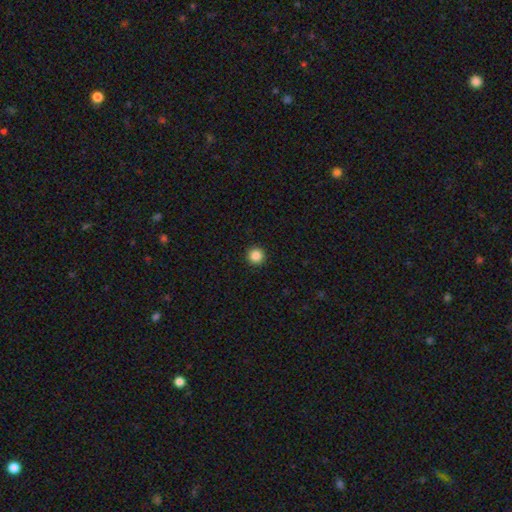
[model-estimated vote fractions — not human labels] smooth 87%, star or artifact 10%, featured or disk 3%. Down the decision tree: how rounded — round (96%); merging — none (94%).